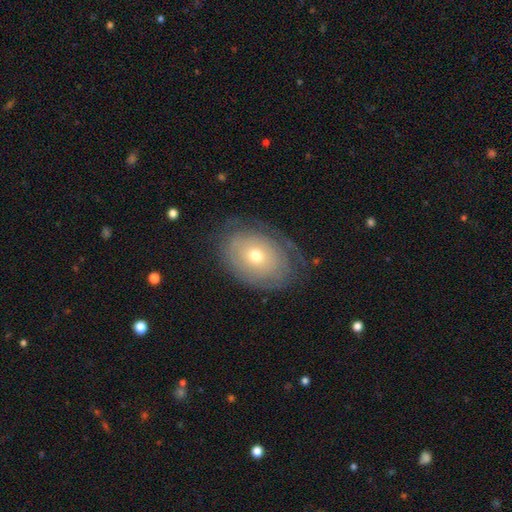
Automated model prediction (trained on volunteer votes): Q: Smooth or featured?
A: featured or disk (52%); runner-up: smooth (39%)
Q: Edge-on disk?
A: no (93%); runner-up: yes (7%)
Q: Merging?
A: none (69%); runner-up: minor disturbance (20%)